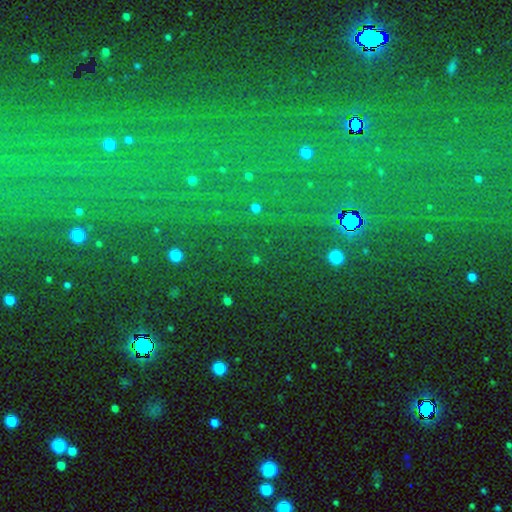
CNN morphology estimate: A star or artifact, not a galaxy (78%).

Vote fractions:
- Smooth or featured? star or artifact: 78% / smooth: 12% / featured or disk: 9%